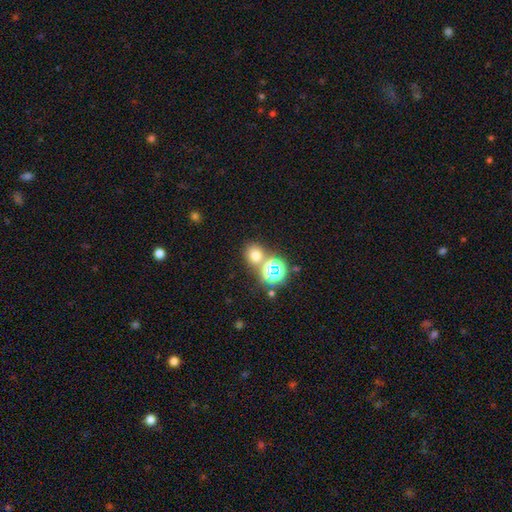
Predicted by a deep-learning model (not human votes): Smooth or featured? smooth (66%)
How rounded? round (80%)
Merging? none (66%)